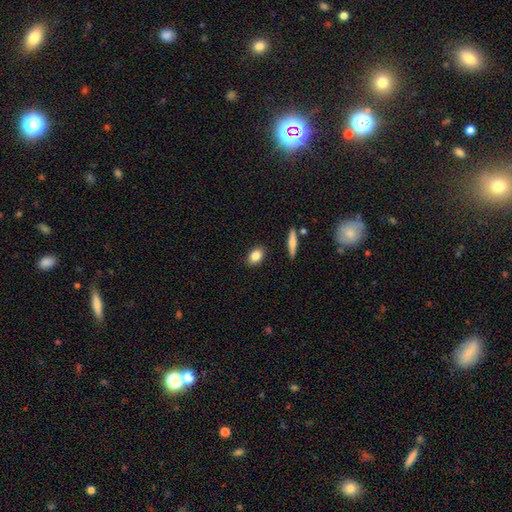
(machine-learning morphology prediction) Q: Smooth or featured?
A: smooth (83%); runner-up: featured or disk (9%)
Q: How rounded?
A: in between (78%); runner-up: round (18%)
Q: Merging?
A: none (88%); runner-up: minor disturbance (8%)